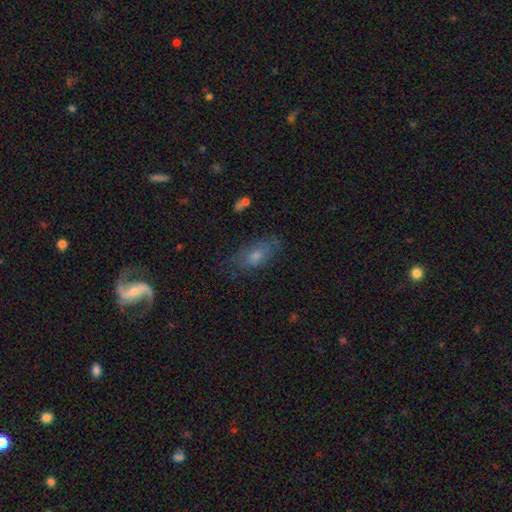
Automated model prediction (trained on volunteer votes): A smooth galaxy with no disk features (52%) that is in between round and cigar-shaped (82%). Merging: none (66%).